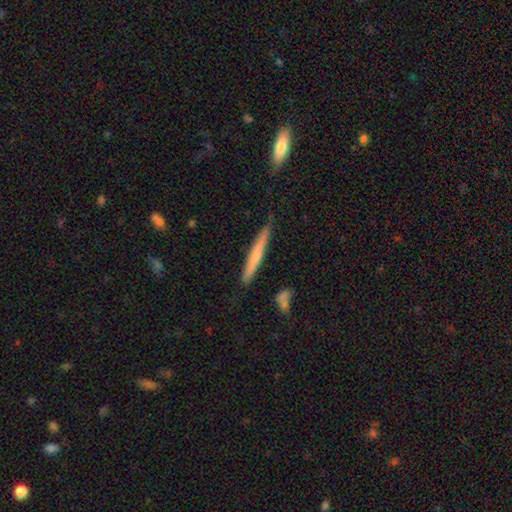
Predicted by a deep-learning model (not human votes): Q: Smooth or featured?
A: smooth (60%); runner-up: featured or disk (34%)
Q: How rounded?
A: cigar-shaped (96%); runner-up: in between (2%)
Q: Merging?
A: none (85%); runner-up: minor disturbance (11%)